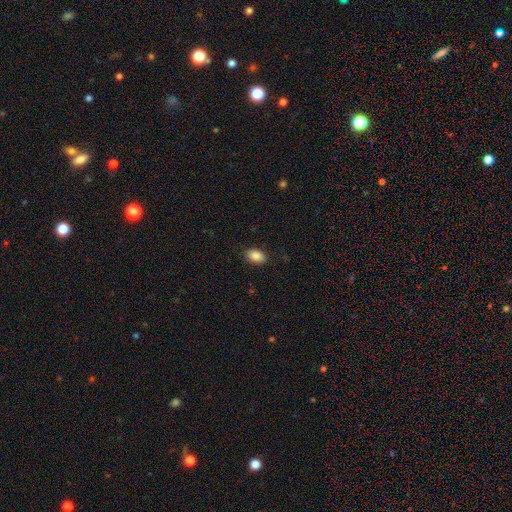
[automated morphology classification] The model was most divided on "how rounded": in between: 88%, round: 11%, cigar-shaped: 1%. More confident: merging — none (88%); smooth or featured — smooth (87%).